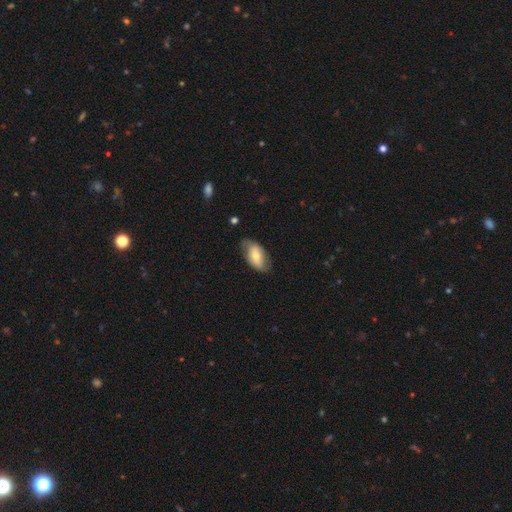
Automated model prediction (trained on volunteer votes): This is possibly a smooth galaxy (57%). How rounded: clearly in between (93%). Merging: likely none (70%).